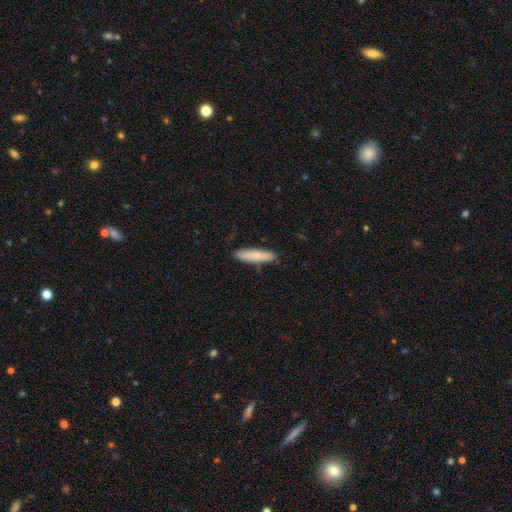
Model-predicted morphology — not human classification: The model was most divided on "how rounded": cigar-shaped: 78%, in between: 20%, round: 1%. More confident: merging — none (85%); smooth or featured — smooth (81%).